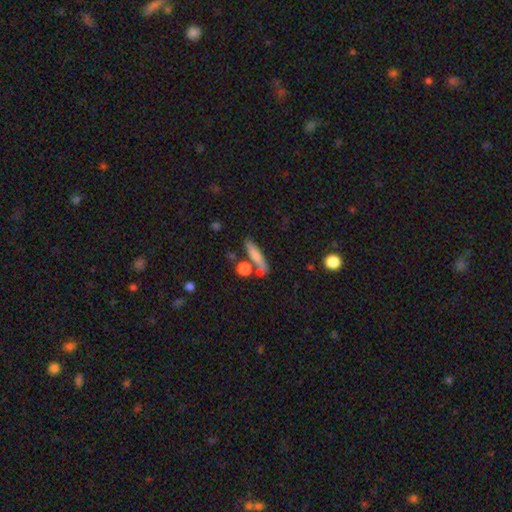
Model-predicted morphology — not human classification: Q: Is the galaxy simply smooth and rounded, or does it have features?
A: smooth — 70%.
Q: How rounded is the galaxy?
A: cigar-shaped — 66%.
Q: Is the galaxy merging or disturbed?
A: none — 59%.